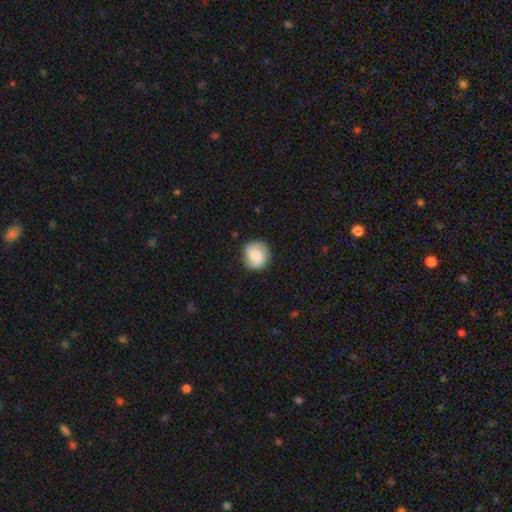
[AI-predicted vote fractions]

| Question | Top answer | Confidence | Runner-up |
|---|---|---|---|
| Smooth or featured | smooth | 69% | featured or disk (23%) |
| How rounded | round | 85% | in between (14%) |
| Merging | none | 77% | minor disturbance (18%) |